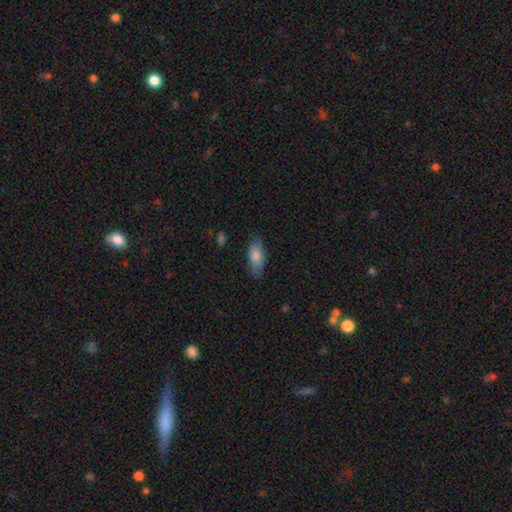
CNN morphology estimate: Smooth or featured? Predicted: smooth (p=0.80). How rounded? Predicted: in between (p=0.79). Merging? Predicted: none (p=0.78).